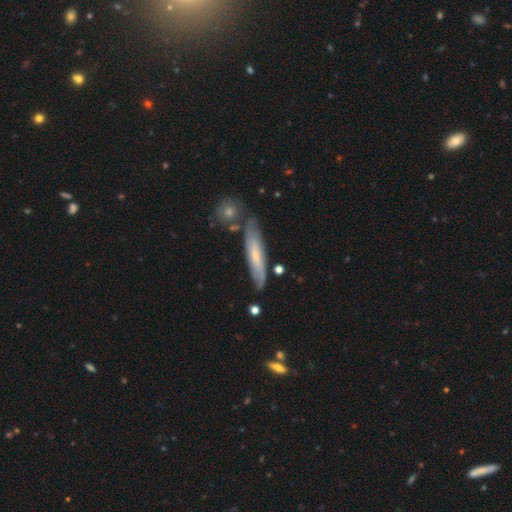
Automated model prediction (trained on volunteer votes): Q: Smooth or featured?
A: smooth (47%); tied with: featured or disk (47%)
Q: Merging?
A: none (75%); runner-up: minor disturbance (15%)